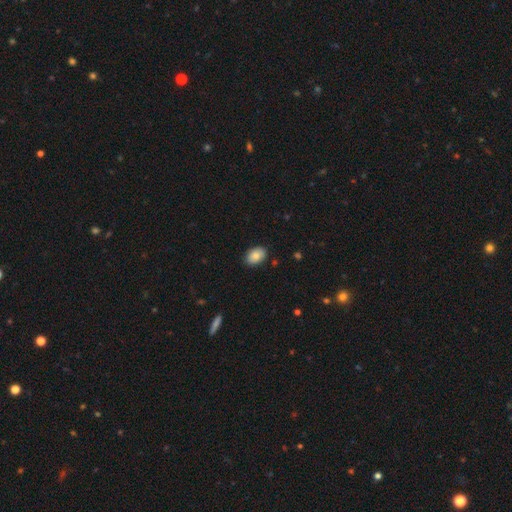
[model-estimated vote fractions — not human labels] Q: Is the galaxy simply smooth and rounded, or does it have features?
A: smooth — 84%.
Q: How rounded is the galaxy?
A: in between — 87%.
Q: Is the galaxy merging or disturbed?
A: none — 87%.